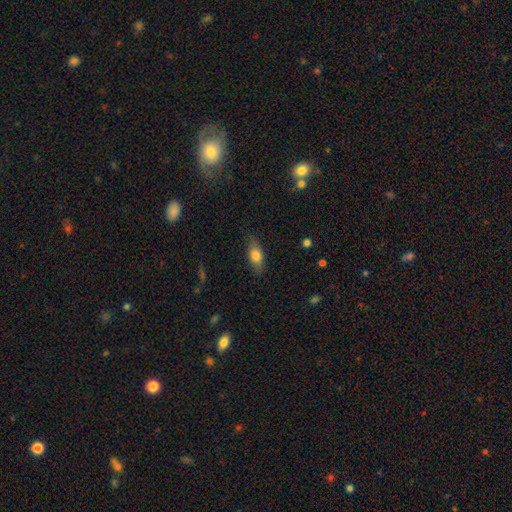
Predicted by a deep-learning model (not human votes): smooth_or_featured: smooth (p=0.75) [alt: featured or disk p=0.17]
how_rounded: in between (p=0.79) [alt: cigar-shaped p=0.16]
merging: none (p=0.80) [alt: minor disturbance p=0.15]